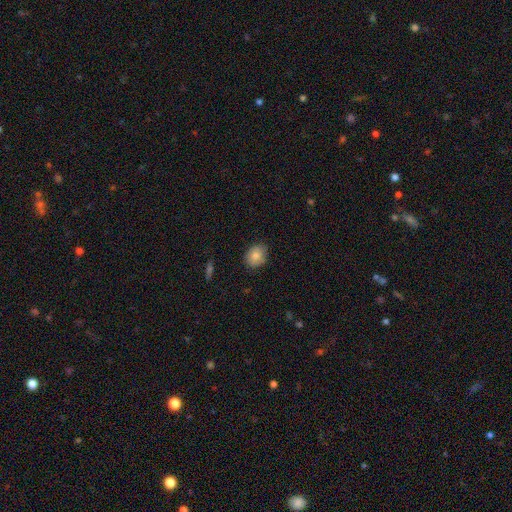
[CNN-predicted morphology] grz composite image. It shows a smooth galaxy with no disk features (84%) that is round (57%). Merging: none (82%).